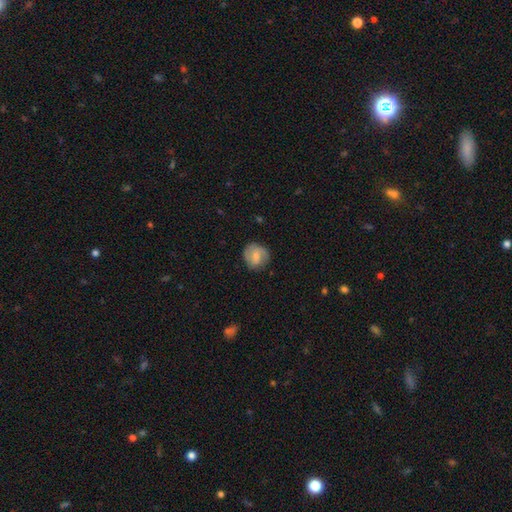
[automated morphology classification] A smooth galaxy with no disk features (58%) that is round (78%). Merging: none (72%).